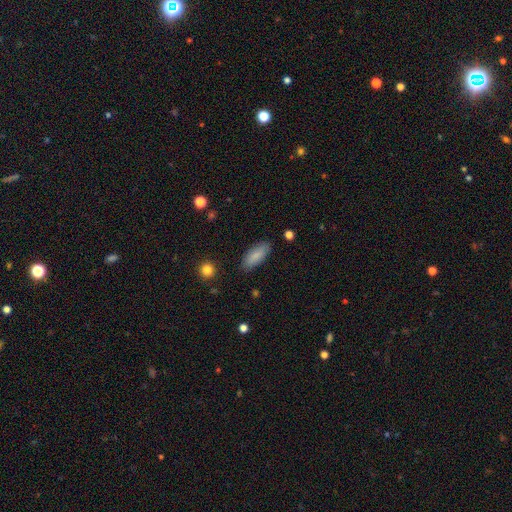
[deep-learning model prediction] Morphology: type=smooth (85%); roundness=in between (77%); merging=none (85%).